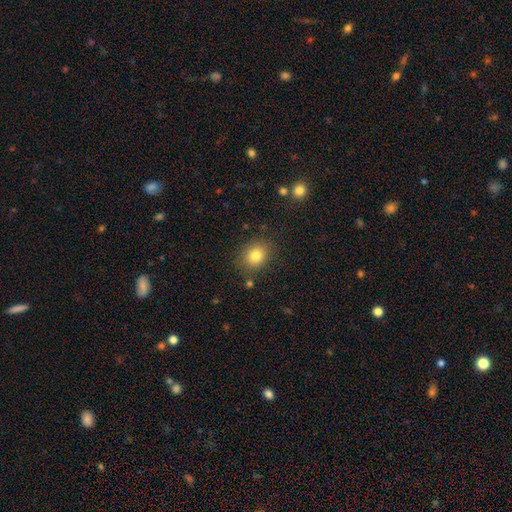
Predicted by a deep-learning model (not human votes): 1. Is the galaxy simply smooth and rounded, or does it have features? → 81% smooth, 11% star or artifact, 8% featured or disk.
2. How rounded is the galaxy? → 62% round, 37% in between, 1% cigar-shaped.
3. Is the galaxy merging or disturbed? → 83% none, 11% minor disturbance, 4% major disturbance, 3% merger.